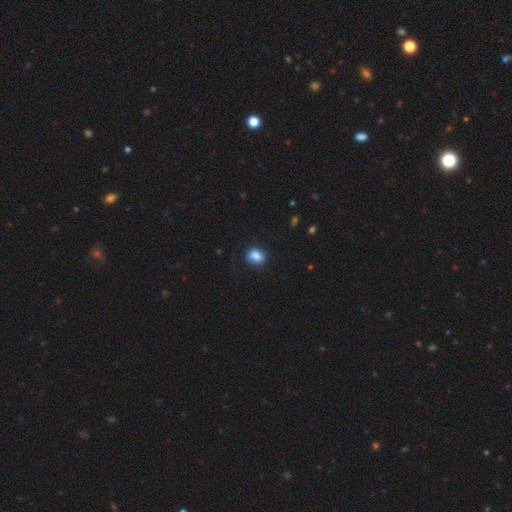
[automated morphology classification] Smooth or featured? Predicted: smooth (p=0.86). How rounded? Predicted: in between (p=0.54). Merging? Predicted: none (p=0.82).